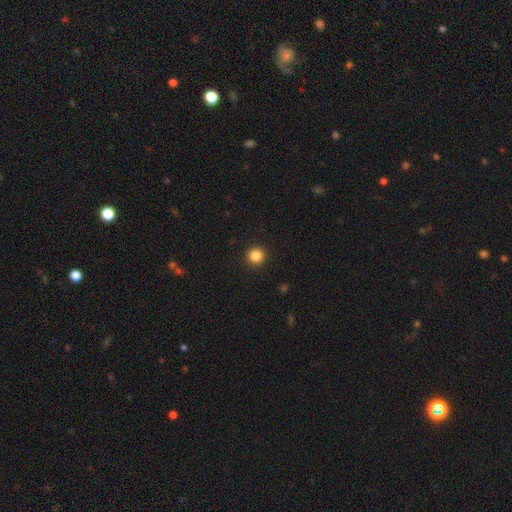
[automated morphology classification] smooth-or-featured: smooth: 86% | star or artifact: 11% | featured or disk: 3%
  how-rounded: round: 95% | in between: 4% | cigar-shaped: 1%
  merging: none: 93% | minor disturbance: 4% | major disturbance: 2% | merger: 1%